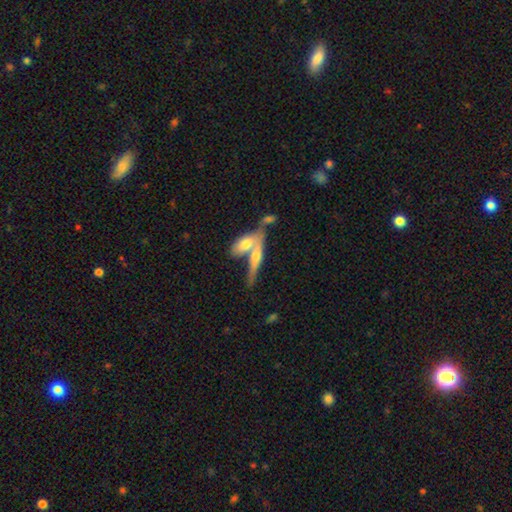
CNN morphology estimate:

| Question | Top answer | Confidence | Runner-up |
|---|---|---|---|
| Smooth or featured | smooth | 48% | featured or disk (46%) |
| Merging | merger | 59% | none (28%) |